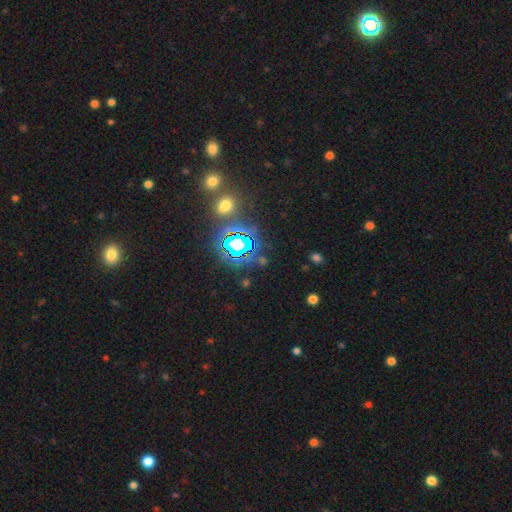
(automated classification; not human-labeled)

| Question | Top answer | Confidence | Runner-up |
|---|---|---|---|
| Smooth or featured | star or artifact | 79% | smooth (13%) |